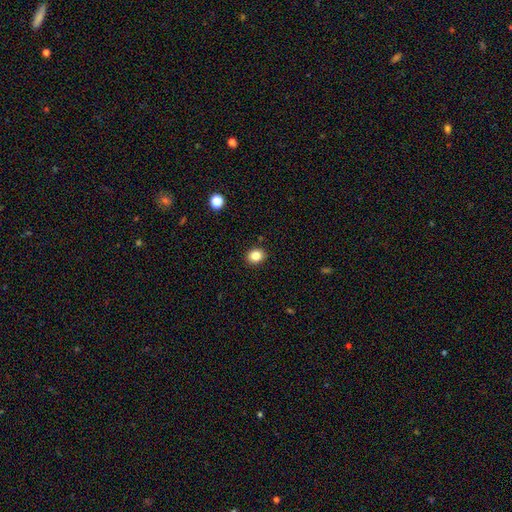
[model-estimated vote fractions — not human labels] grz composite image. It shows a smooth galaxy with no disk features (84%) that is round (61%). Merging: none (90%).